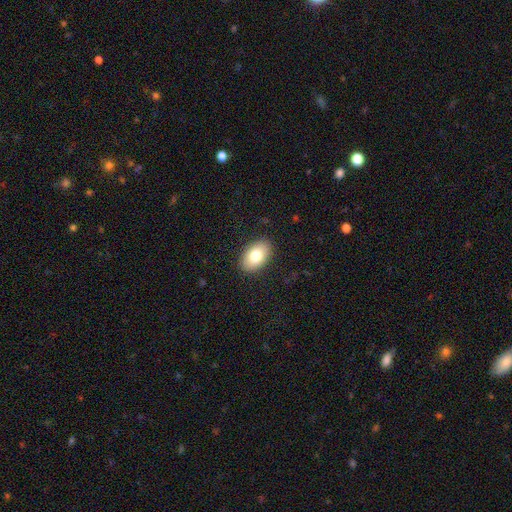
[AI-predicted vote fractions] This is likely a smooth galaxy (79%). How rounded: clearly in between (91%). Merging: clearly none (89%).